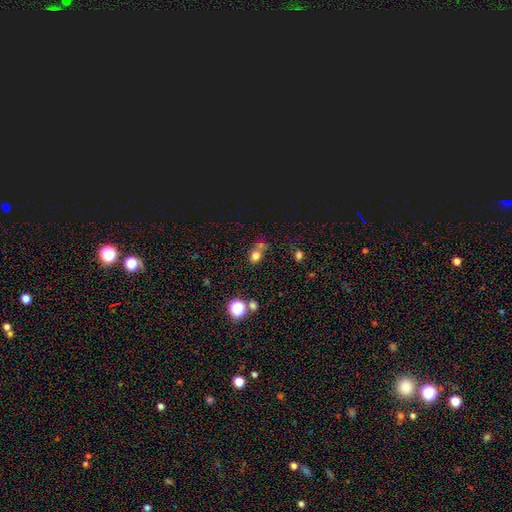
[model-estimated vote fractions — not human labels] Smooth or featured: smooth — 70% (star or artifact — 21%)
How rounded: round — 63% (in between — 35%)
Merging: none — 50% (merger — 32%)